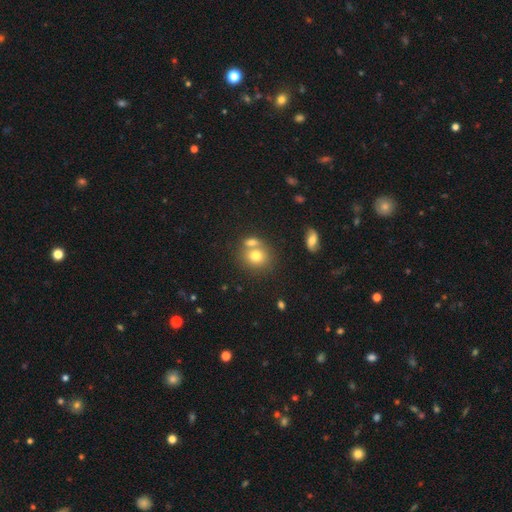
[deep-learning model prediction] The model was most divided on "merging": none: 49%, merger: 38%, minor disturbance: 10%, major disturbance: 4%. More confident: smooth or featured — smooth (76%); how rounded — round (72%).